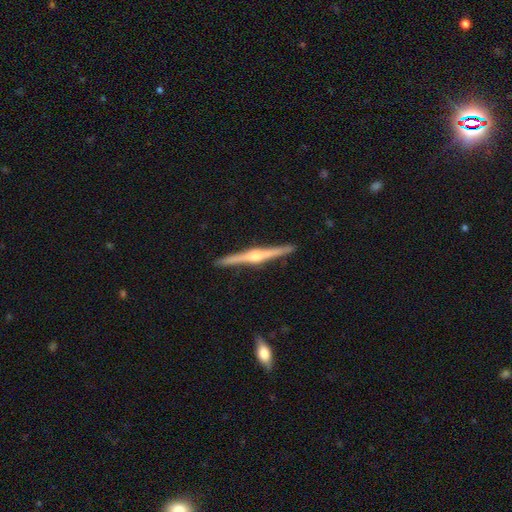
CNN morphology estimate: Overall: featured or disk (85%). Edge-on disk: yes (98%). Edge-on bulge: rounded (86%). Merging: none (92%).